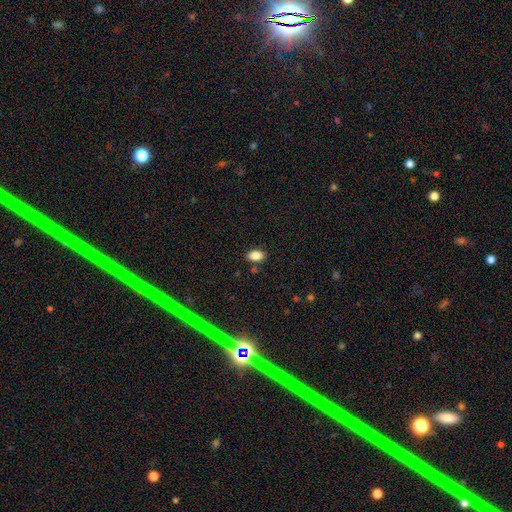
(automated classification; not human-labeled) Q: Smooth or featured?
A: smooth (86%); runner-up: star or artifact (9%)
Q: How rounded?
A: in between (90%); runner-up: round (8%)
Q: Merging?
A: none (84%); runner-up: minor disturbance (11%)